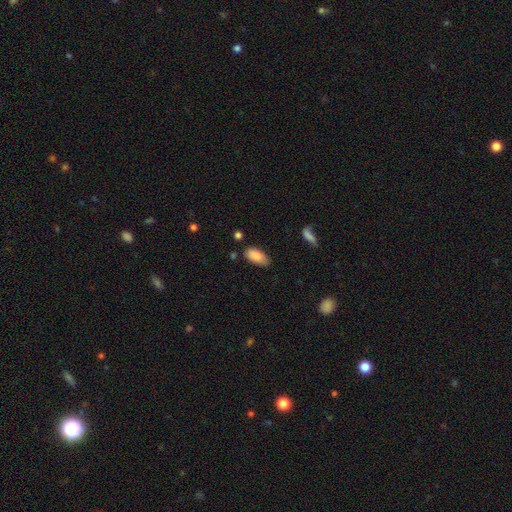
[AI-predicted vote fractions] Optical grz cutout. It shows a smooth galaxy with no disk features (86%) that is in between round and cigar-shaped (92%). Merging: none (69%).